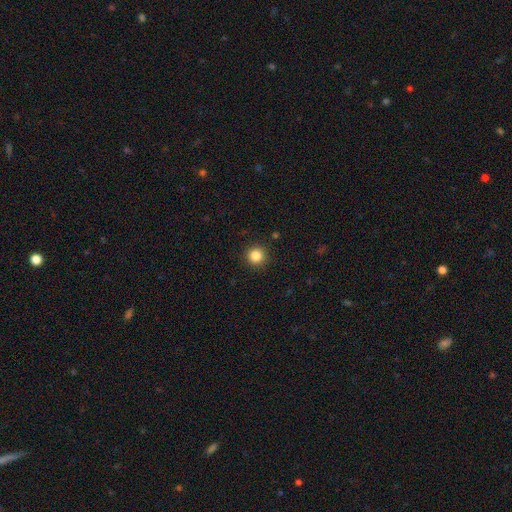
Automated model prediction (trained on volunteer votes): Q: Smooth or featured?
A: smooth (84%); runner-up: star or artifact (11%)
Q: How rounded?
A: round (95%); runner-up: in between (4%)
Q: Merging?
A: none (92%); runner-up: minor disturbance (5%)